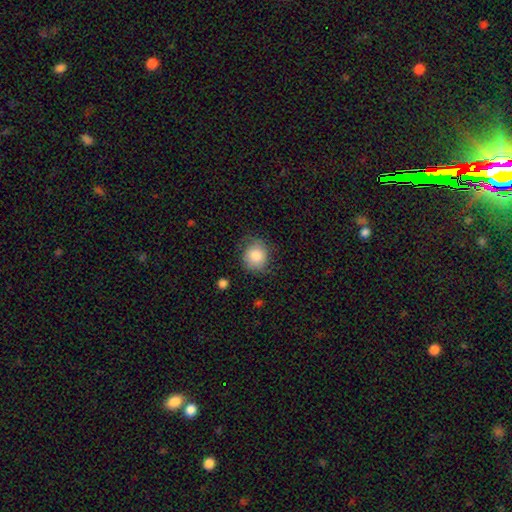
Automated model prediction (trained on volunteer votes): Q: Smooth or featured?
A: smooth (81%); runner-up: featured or disk (11%)
Q: How rounded?
A: round (80%); runner-up: in between (19%)
Q: Merging?
A: none (64%); runner-up: minor disturbance (25%)